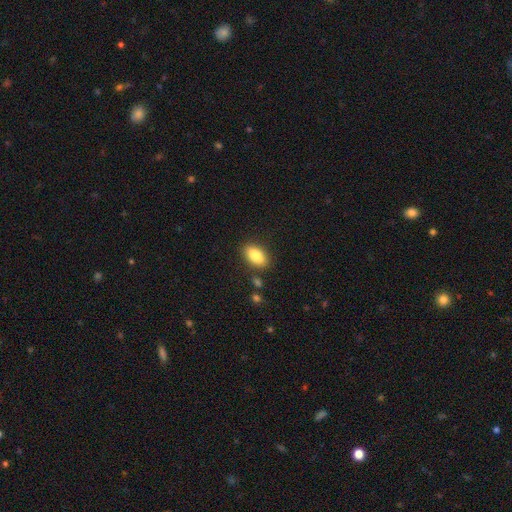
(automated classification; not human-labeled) This appears to be a smooth galaxy with no disk features (84%) that is in between round and cigar-shaped (90%). Merging: none (85%).